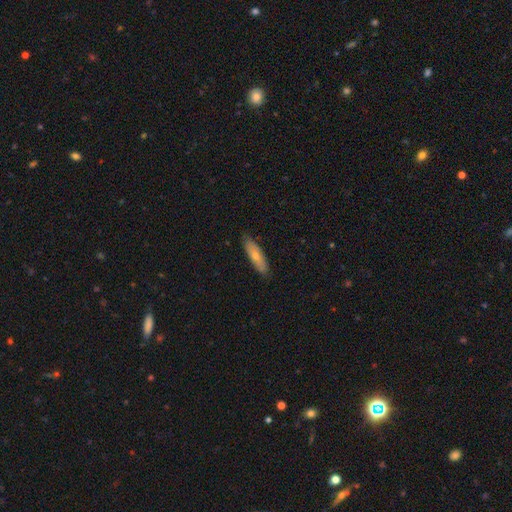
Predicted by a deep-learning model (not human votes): Overall: smooth (67%). How rounded: cigar-shaped (58%; in between 40%). Merging: none (85%).